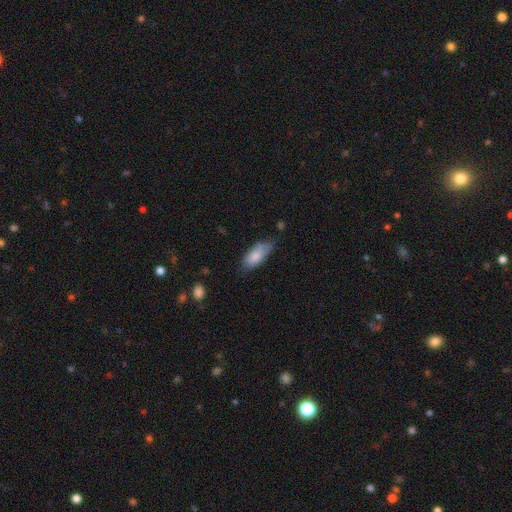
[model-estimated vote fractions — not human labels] A smooth galaxy with no disk features (83%) that is in between round and cigar-shaped (80%).

Vote fractions:
- Smooth or featured? smooth: 83% / featured or disk: 11% / star or artifact: 6%
- How rounded? in between: 80% / cigar-shaped: 18% / round: 2%
- Merging? none: 61% / minor disturbance: 30% / major disturbance: 6% / merger: 2%